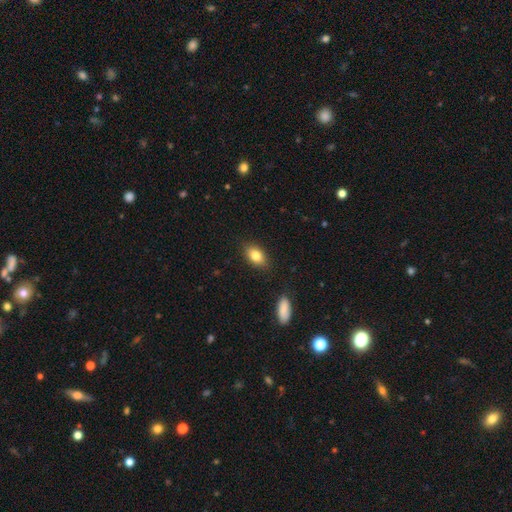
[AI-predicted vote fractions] Morphology: type=smooth (83%); roundness=in between (87%); merging=none (86%).